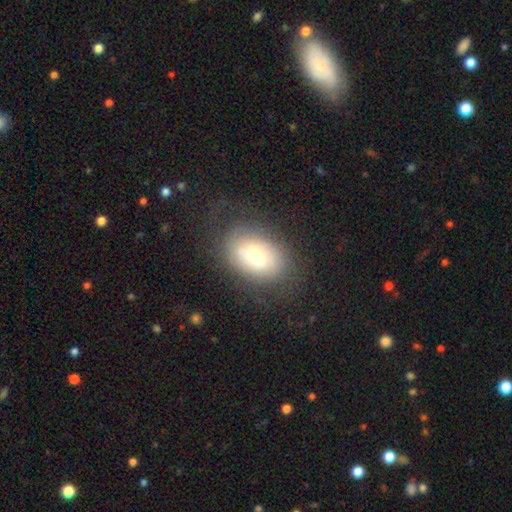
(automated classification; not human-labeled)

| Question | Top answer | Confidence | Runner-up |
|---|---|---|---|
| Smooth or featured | smooth | 51% | featured or disk (40%) |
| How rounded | in between | 79% | round (20%) |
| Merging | none | 67% | minor disturbance (17%) |